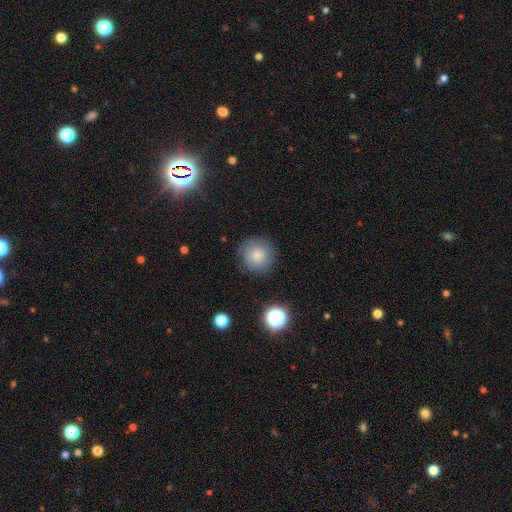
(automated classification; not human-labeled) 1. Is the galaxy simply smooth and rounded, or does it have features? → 81% smooth, 10% star or artifact, 9% featured or disk.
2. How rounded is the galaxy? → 94% round, 5% in between, 1% cigar-shaped.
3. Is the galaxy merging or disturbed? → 84% none, 11% minor disturbance, 3% major disturbance, 2% merger.